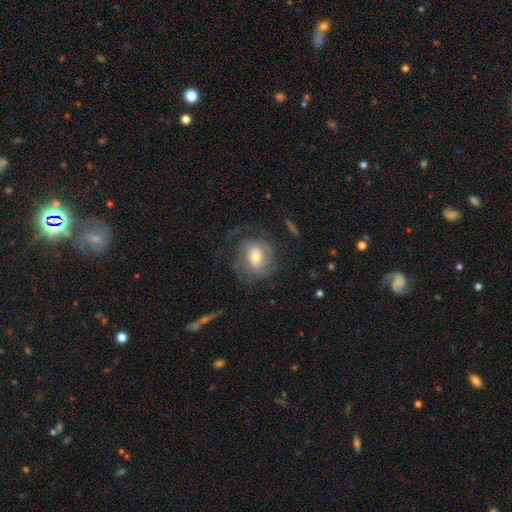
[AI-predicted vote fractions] Overall: featured or disk (59%; smooth 33%). Edge-on disk: no (96%). Bar: no (53%; weak 37%). Spiral arms: yes (79%). Bulge size: moderate (58%; small 29%). Merging: none (53%; major disturbance 26%).